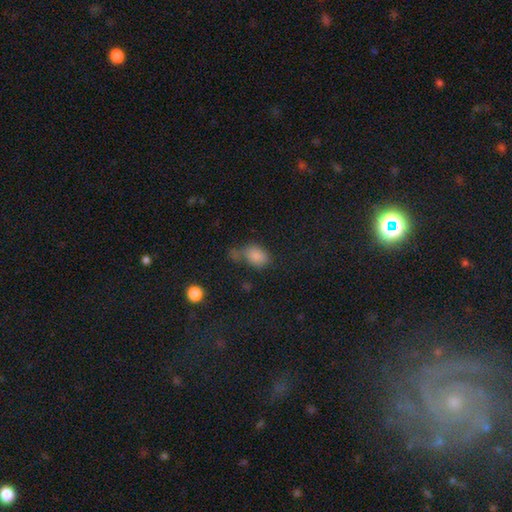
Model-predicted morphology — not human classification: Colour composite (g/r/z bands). It shows a smooth galaxy with no disk features (79%) that is in between round and cigar-shaped (74%). Merging: none (45%).